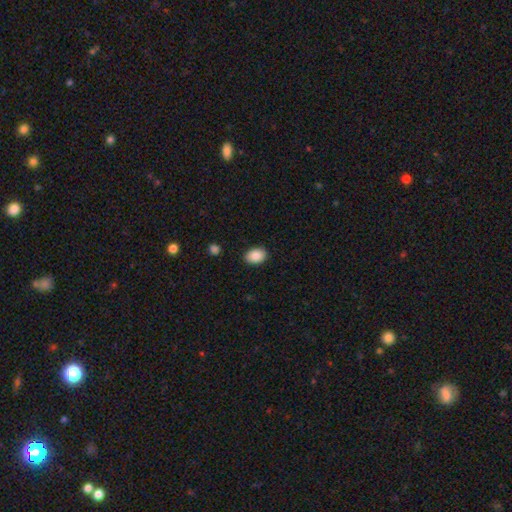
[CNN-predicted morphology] smooth-or-featured: smooth: 88% | star or artifact: 8% | featured or disk: 4%
  how-rounded: in between: 80% | round: 19% | cigar-shaped: 1%
  merging: none: 87% | minor disturbance: 9% | major disturbance: 2% | merger: 1%